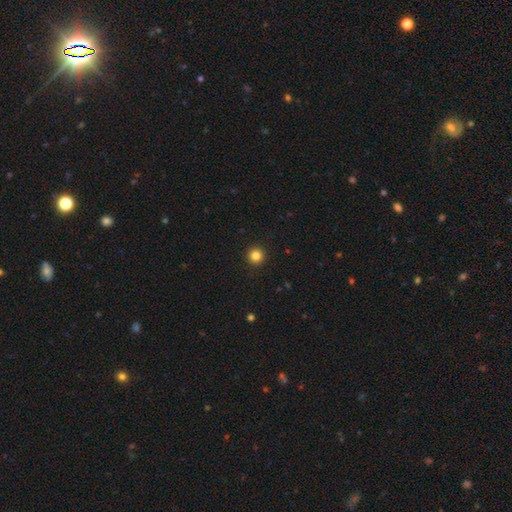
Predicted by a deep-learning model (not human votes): Smooth or featured?
  - smooth: 84% *
  - star or artifact: 12%
  - featured or disk: 4%
How rounded?
  - round: 96% *
  - in between: 3%
  - cigar-shaped: 1%
Merging?
  - none: 94% *
  - minor disturbance: 4%
  - major disturbance: 1%
  - merger: 1%